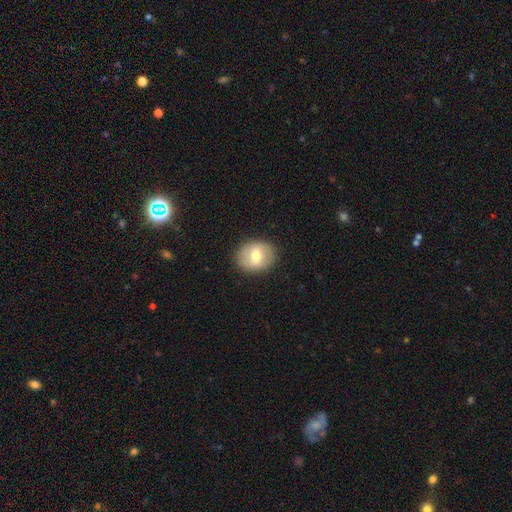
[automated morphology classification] A smooth galaxy with no disk features (57%) that is round (58%).

Vote fractions:
- Smooth or featured? smooth: 57% / featured or disk: 35% / star or artifact: 8%
- How rounded? round: 58% / in between: 41% / cigar-shaped: 1%
- Merging? none: 87% / minor disturbance: 9% / major disturbance: 3% / merger: 1%